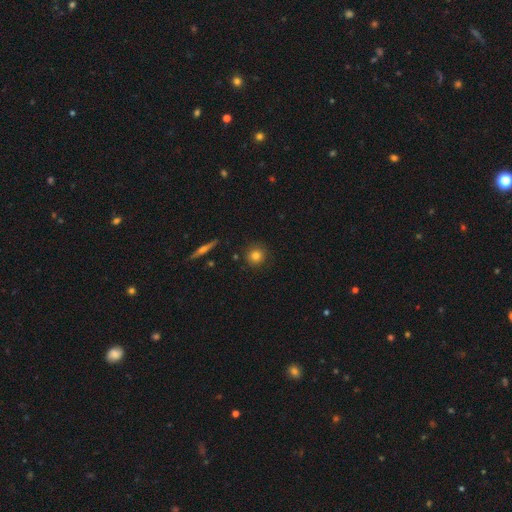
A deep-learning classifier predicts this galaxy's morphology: The model was most divided on "smooth or featured": smooth: 79%, featured or disk: 11%, star or artifact: 10%. More confident: how rounded — round (93%); merging — none (88%).